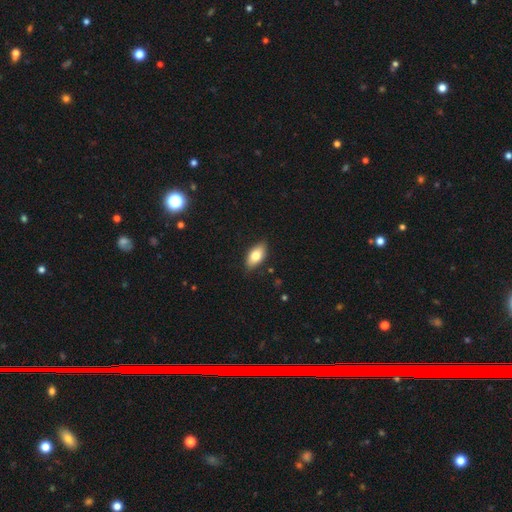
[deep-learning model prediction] Smooth or featured? Predicted: smooth (p=0.78). How rounded? Predicted: in between (p=0.91). Merging? Predicted: none (p=0.86).